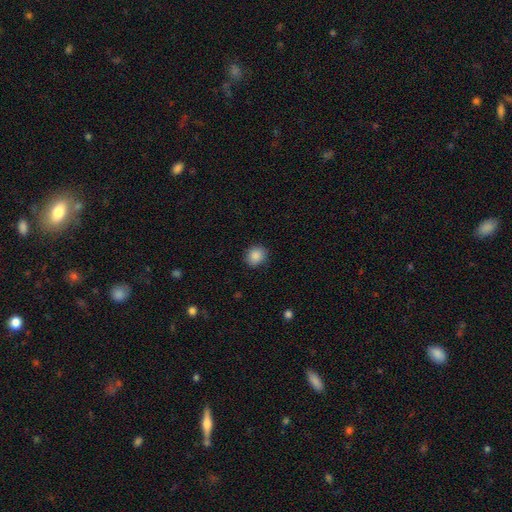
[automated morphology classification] Smooth or featured? Predicted: smooth (p=0.88). How rounded? Predicted: round (p=0.73). Merging? Predicted: none (p=0.88).